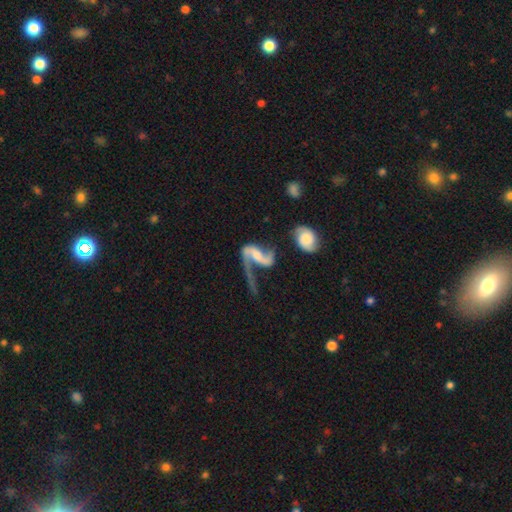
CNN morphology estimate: A featured or disk galaxy (84%) with a weak bar (39%), 2 (77%) loose (75%) spiral arms (92%) and a small central bulge (32%, tied with moderate). Merging: major disturbance (41%).